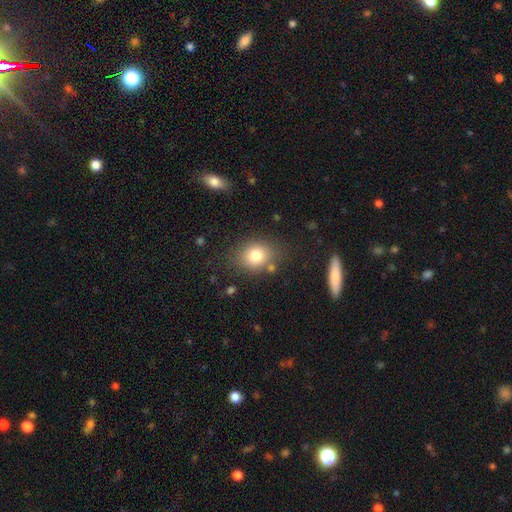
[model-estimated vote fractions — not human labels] Q: Smooth or featured?
A: smooth (79%); runner-up: star or artifact (12%)
Q: How rounded?
A: round (60%); runner-up: in between (39%)
Q: Merging?
A: none (77%); runner-up: minor disturbance (13%)